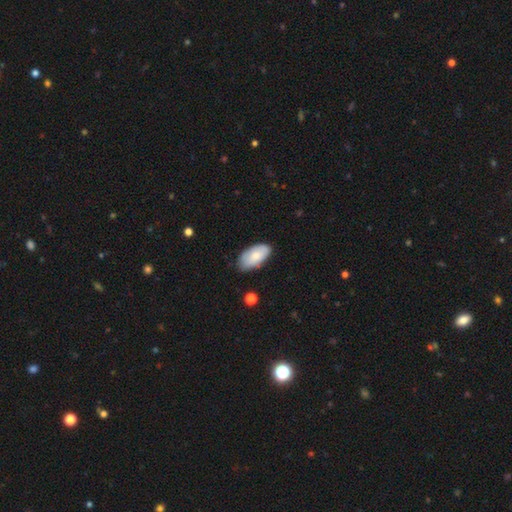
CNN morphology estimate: smooth 76%, featured or disk 18%, star or artifact 6%. Down the decision tree: how rounded — in between (95%); merging — none (73%).